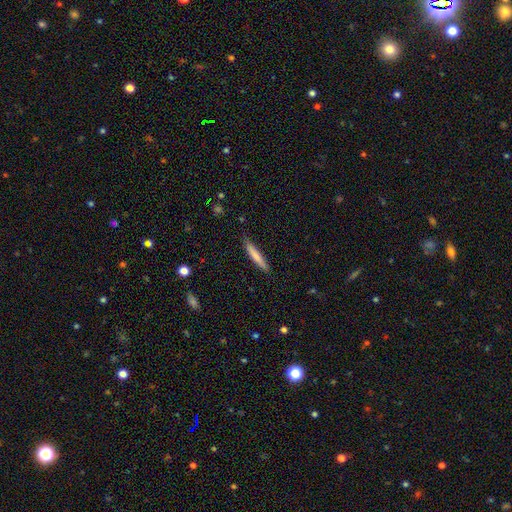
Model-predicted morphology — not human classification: This is likely a smooth galaxy (75%). How rounded: clearly cigar-shaped (93%). Merging: clearly none (83%).